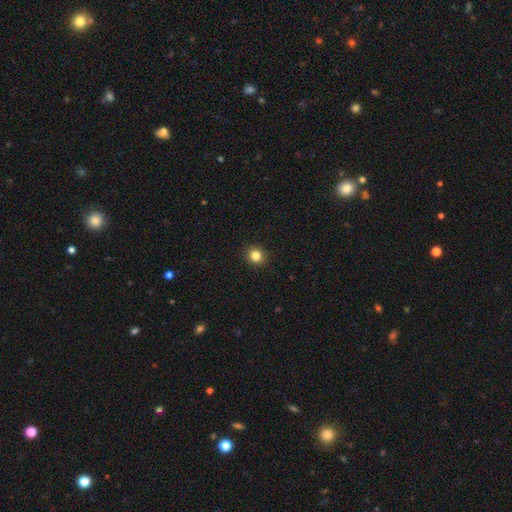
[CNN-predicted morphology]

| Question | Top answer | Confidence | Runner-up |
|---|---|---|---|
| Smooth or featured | smooth | 84% | star or artifact (11%) |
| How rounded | round | 82% | in between (17%) |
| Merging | none | 92% | minor disturbance (6%) |